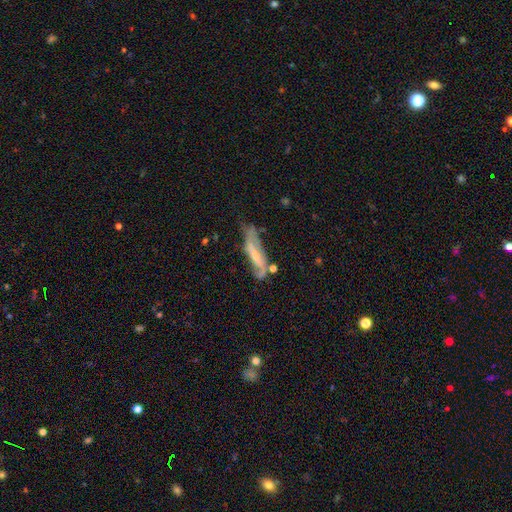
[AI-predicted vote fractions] smooth-or-featured: featured or disk: 60% | smooth: 32% | star or artifact: 8%
  disk-edge-on: no: 61% | yes: 39%
  merging: none: 46% | minor disturbance: 28% | major disturbance: 18% | merger: 8%